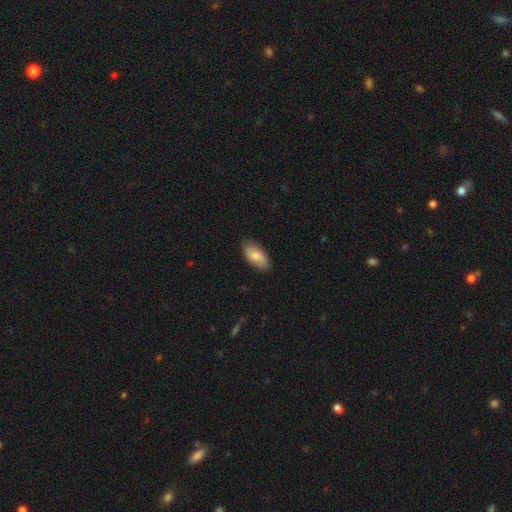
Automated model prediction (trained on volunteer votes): smooth-or-featured: smooth: 77% | featured or disk: 17% | star or artifact: 6%
  how-rounded: in between: 93% | cigar-shaped: 5% | round: 3%
  merging: none: 84% | minor disturbance: 13% | major disturbance: 2% | merger: 1%